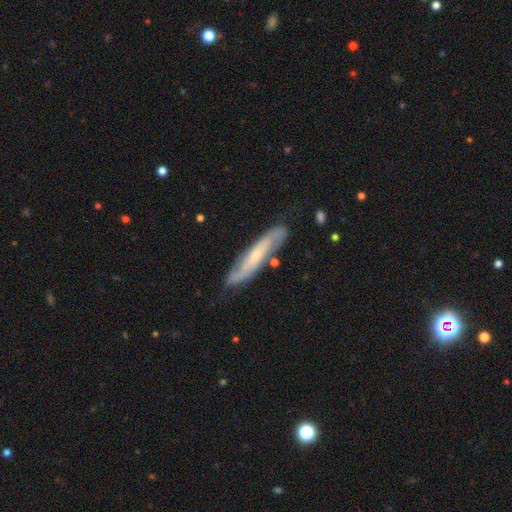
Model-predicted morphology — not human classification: Smooth or featured: featured or disk — 67% (smooth — 26%)
Edge-on disk: no — 62% (yes — 38%)
Merging: none — 75% (minor disturbance — 18%)